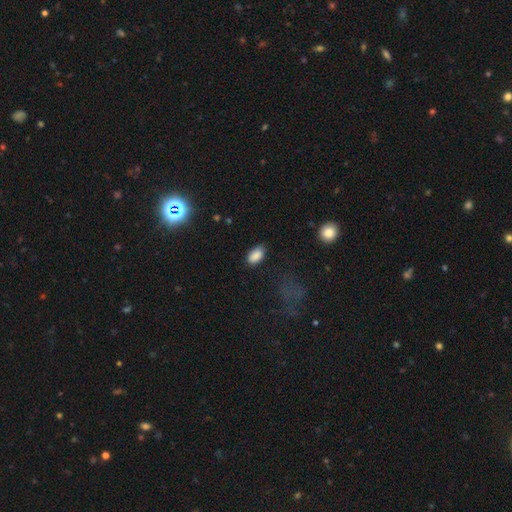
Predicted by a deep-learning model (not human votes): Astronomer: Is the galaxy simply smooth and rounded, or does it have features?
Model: smooth — 87%.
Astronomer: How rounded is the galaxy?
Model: in between — 93%.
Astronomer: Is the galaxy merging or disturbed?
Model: none — 81%.